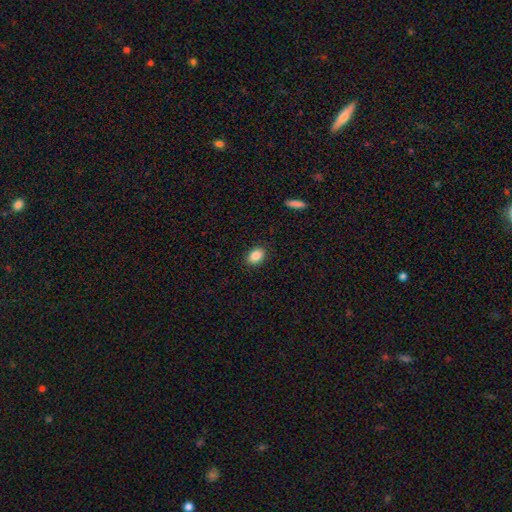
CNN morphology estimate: Q: Smooth or featured?
A: smooth (87%); runner-up: star or artifact (8%)
Q: How rounded?
A: in between (80%); runner-up: round (18%)
Q: Merging?
A: none (88%); runner-up: minor disturbance (9%)